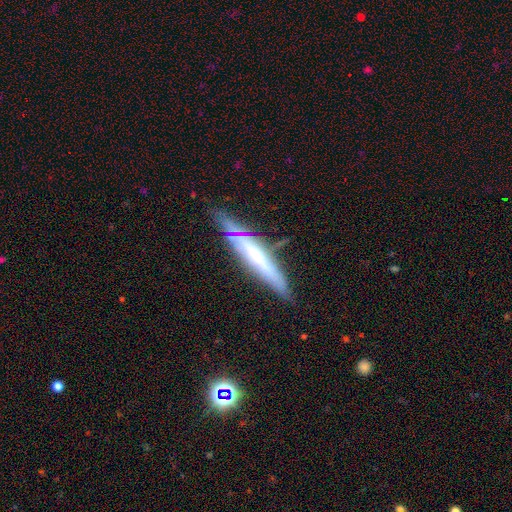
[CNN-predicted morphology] A featured or disk galaxy (59%) viewed edge-on (83%).

Vote fractions:
- Smooth or featured? featured or disk: 59% / smooth: 33% / star or artifact: 8%
- Edge-on disk? yes: 83% / no: 17%
- Merging? none: 70% / minor disturbance: 22% / major disturbance: 5% / merger: 3%